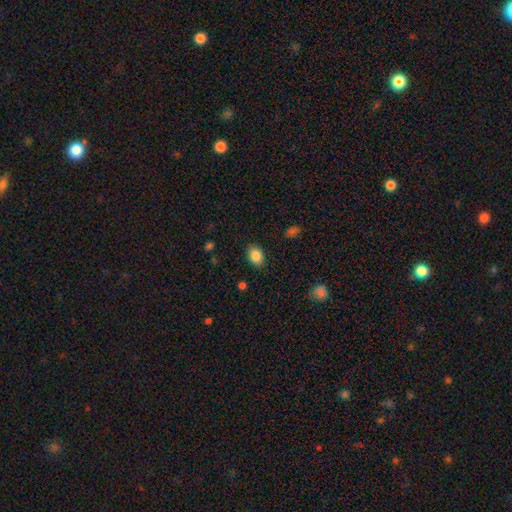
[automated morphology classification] The model was most divided on "how rounded": in between: 75%, round: 24%, cigar-shaped: 1%. More confident: merging — none (88%); smooth or featured — smooth (87%).